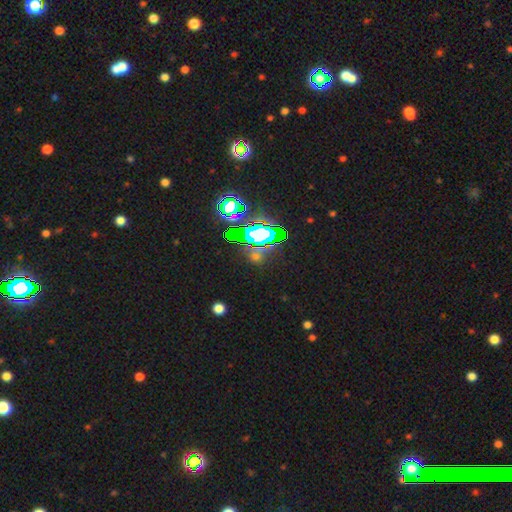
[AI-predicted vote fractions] Smooth or featured?
  - star or artifact: 66% *
  - smooth: 23%
  - featured or disk: 11%